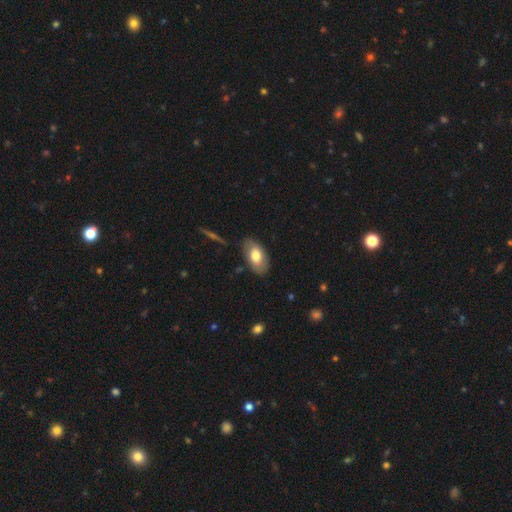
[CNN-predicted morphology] Smooth or featured? smooth (71%)
How rounded? in between (94%)
Merging? none (79%)